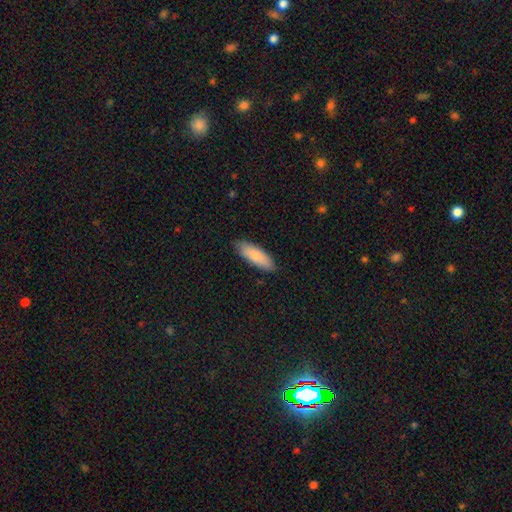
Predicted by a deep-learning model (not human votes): Overall: smooth (82%). How rounded: in between (61%; cigar-shaped 37%). Merging: none (86%).